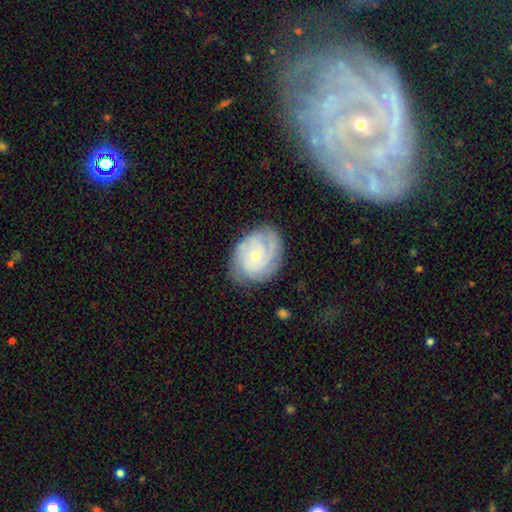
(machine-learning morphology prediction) smooth_or_featured: featured or disk (p=0.78) [alt: smooth p=0.16]
disk_edge_on: no (p=0.97) [alt: yes p=0.03]
bar: no (p=0.76) [alt: weak p=0.21]
has_spiral_arms: yes (p=0.94) [alt: no p=0.06]
spiral_winding: tight (p=0.69) [alt: medium p=0.25]
spiral_arm_count: can't tell (p=0.29) [alt: 3 p=0.26]
bulge_size: small (p=0.74) [alt: moderate p=0.23]
merging: none (p=0.75) [alt: minor disturbance p=0.18]